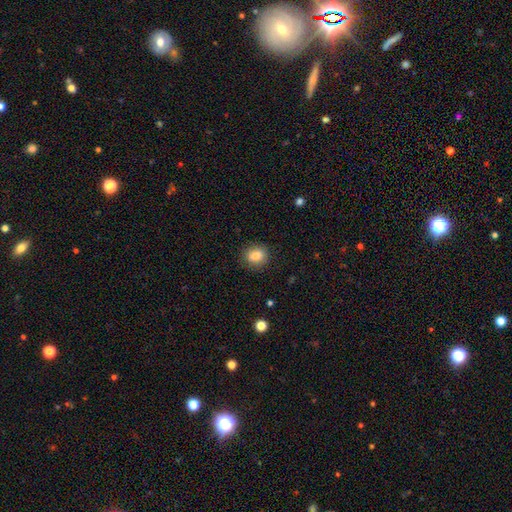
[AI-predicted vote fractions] Morphology: type=smooth (85%); roundness=round (59%); merging=none (86%).